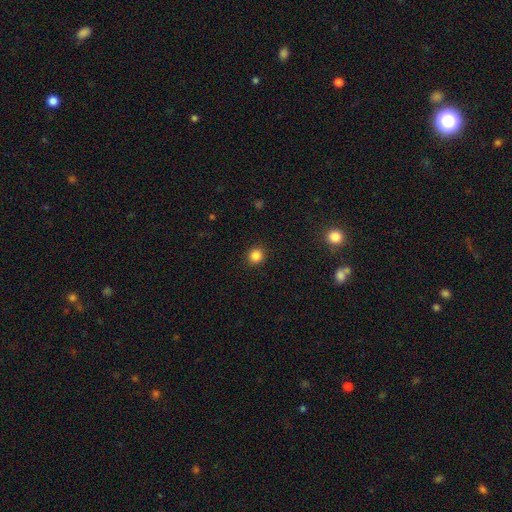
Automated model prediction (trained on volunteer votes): Overall: smooth (85%). How rounded: round (89%). Merging: none (91%).